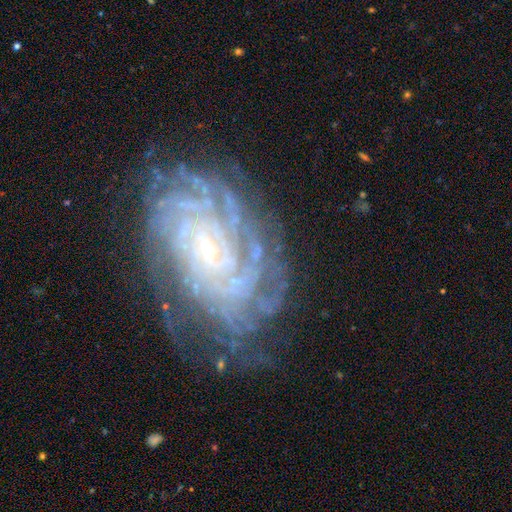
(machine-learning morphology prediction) Smooth or featured? featured or disk (87%)
Edge-on disk? no (97%)
Bar? no (48%)
Spiral arms? yes (97%)
Spiral winding? tight (78%)
Spiral arm count? can't tell (29%)
Bulge size? small (81%)
Merging? none (68%)